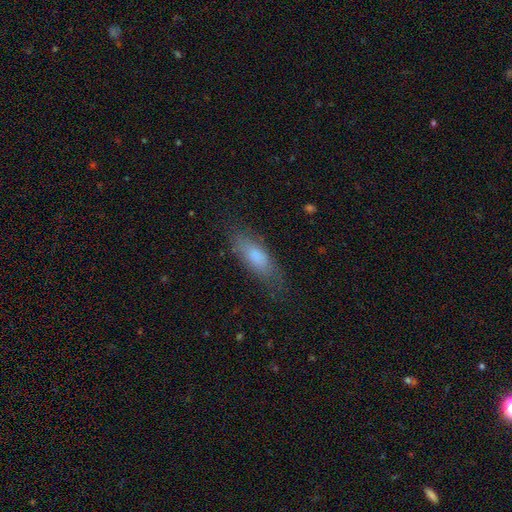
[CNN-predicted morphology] A smooth galaxy with no disk features (73%) that is in between round and cigar-shaped (61%). Merging: none (72%).